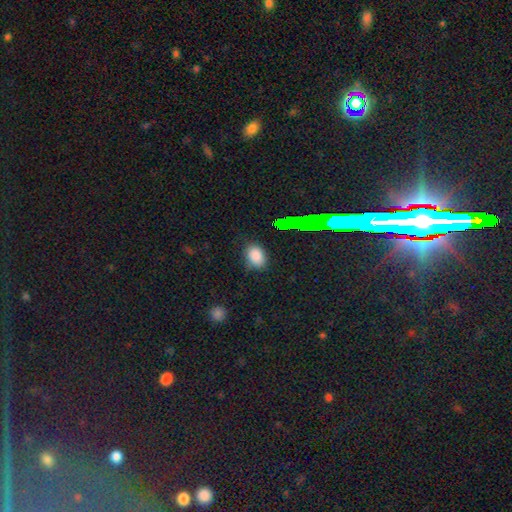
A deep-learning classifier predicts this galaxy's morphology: The model was most divided on "how rounded": in between: 73%, round: 25%, cigar-shaped: 2%. More confident: smooth or featured — smooth (82%); merging — none (79%).